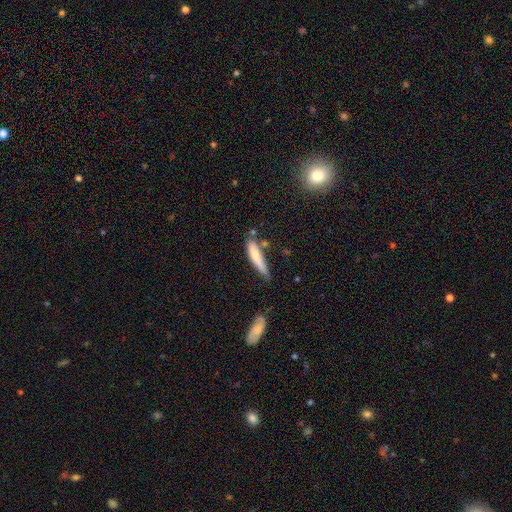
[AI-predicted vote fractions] Smooth or featured? smooth (74%)
How rounded? cigar-shaped (84%)
Merging? none (50%)